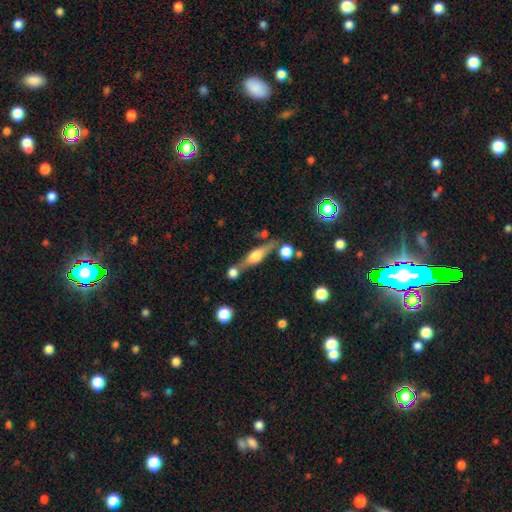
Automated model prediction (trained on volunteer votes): Smooth or featured? Predicted: featured or disk (p=0.62). Edge-on disk? Predicted: yes (p=0.91). Edge-on bulge? Predicted: rounded (p=0.87). Merging? Predicted: none (p=0.63).